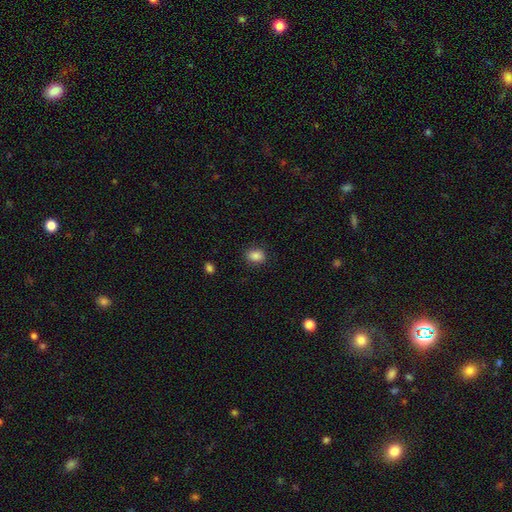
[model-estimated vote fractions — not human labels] Smooth or featured?
  - smooth: 85% *
  - star or artifact: 10%
  - featured or disk: 5%
How rounded?
  - in between: 65% *
  - round: 34%
  - cigar-shaped: 1%
Merging?
  - none: 86% *
  - minor disturbance: 10%
  - major disturbance: 3%
  - merger: 1%